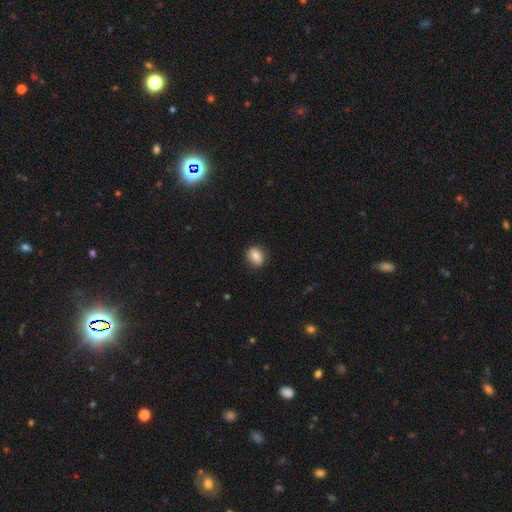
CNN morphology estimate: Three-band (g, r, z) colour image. It shows a smooth galaxy with no disk features (81%) that is round (54%). Merging: none (86%).